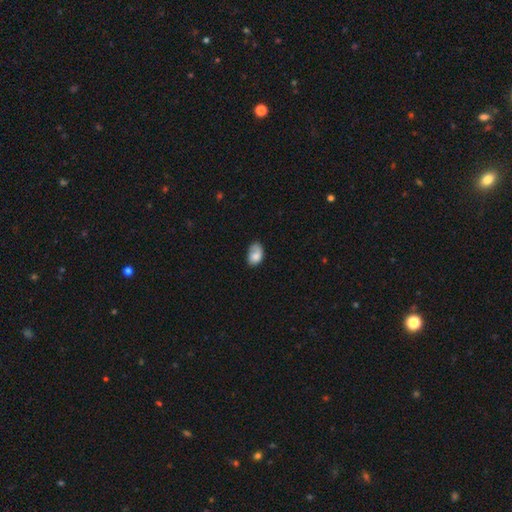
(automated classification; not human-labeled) The model was most divided on "merging": none: 48%, minor disturbance: 33%, major disturbance: 16%, merger: 3%. More confident: how rounded — in between (86%); smooth or featured — smooth (75%).